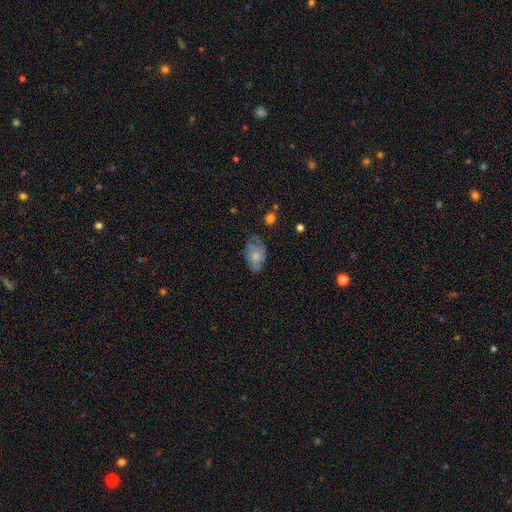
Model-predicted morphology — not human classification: type=smooth (60%); roundness=in between (87%); merging=none (52%).